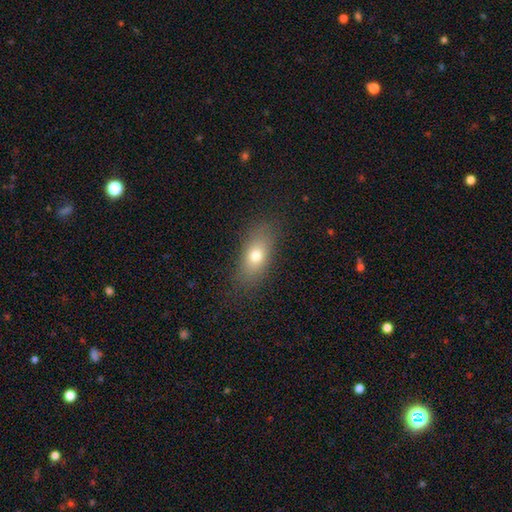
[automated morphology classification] smooth-or-featured: smooth: 72% | featured or disk: 17% | star or artifact: 10%
  how-rounded: in between: 76% | cigar-shaped: 14% | round: 11%
  merging: none: 82% | minor disturbance: 12% | major disturbance: 5% | merger: 1%